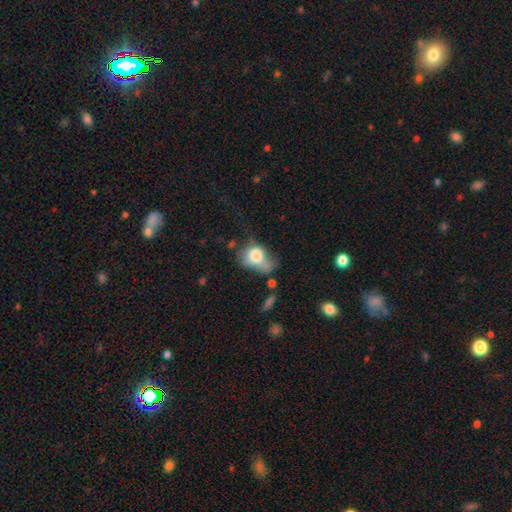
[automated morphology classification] A smooth galaxy with no disk features (71%) that is in between round and cigar-shaped (64%).

Vote fractions:
- Smooth or featured? smooth: 71% / featured or disk: 19% / star or artifact: 9%
- How rounded? in between: 64% / round: 34% / cigar-shaped: 2%
- Merging? major disturbance: 35% / minor disturbance: 26% / none: 22% / merger: 17%